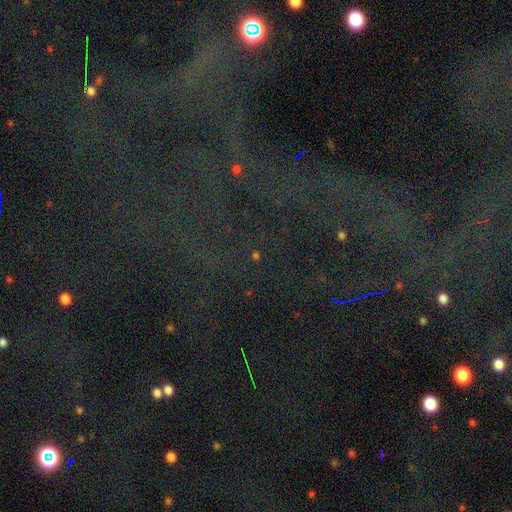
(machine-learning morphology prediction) Smooth or featured? star or artifact (78%)